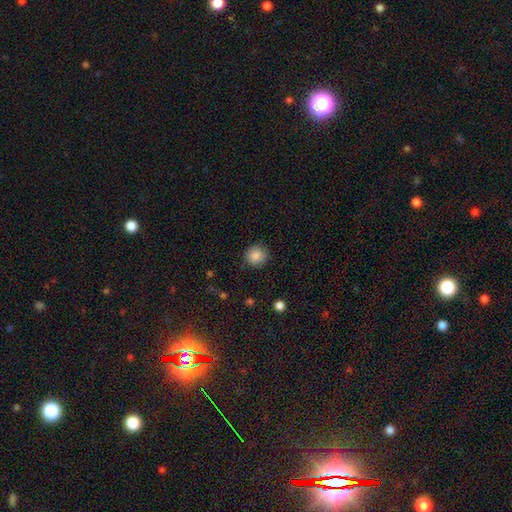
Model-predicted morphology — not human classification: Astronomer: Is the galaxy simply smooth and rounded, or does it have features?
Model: smooth — 87%.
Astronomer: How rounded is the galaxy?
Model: round — 90%.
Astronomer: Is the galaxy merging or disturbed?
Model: none — 87%.